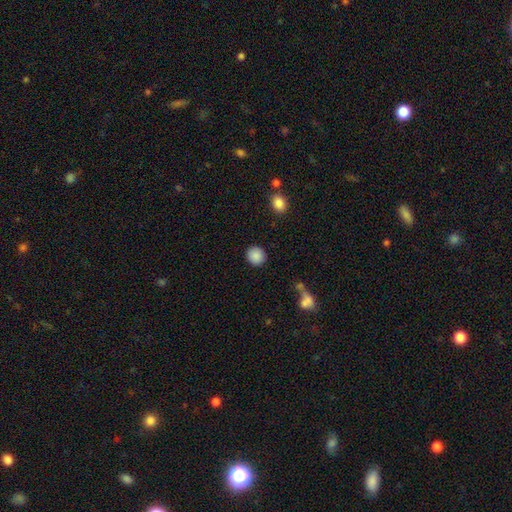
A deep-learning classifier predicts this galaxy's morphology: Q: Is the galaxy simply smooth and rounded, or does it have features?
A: smooth — 89%.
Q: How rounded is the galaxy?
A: round — 90%.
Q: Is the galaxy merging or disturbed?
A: none — 89%.